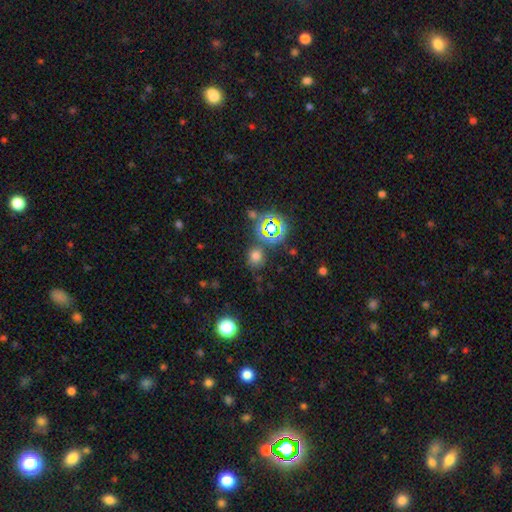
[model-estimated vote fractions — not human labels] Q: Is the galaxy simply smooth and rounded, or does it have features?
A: smooth — 64%.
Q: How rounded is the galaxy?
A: round — 79%.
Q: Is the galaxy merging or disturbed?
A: none — 76%.